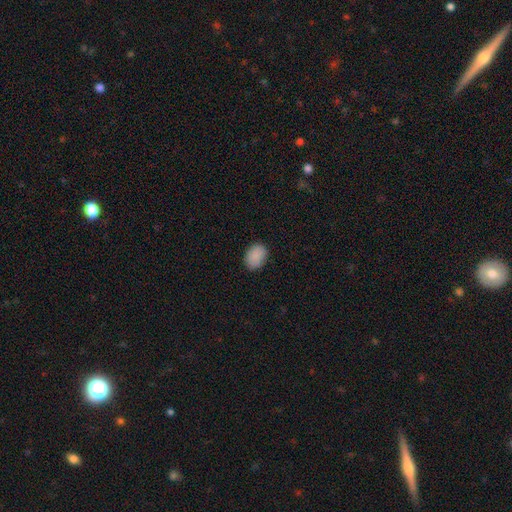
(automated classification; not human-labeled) Q: Smooth or featured?
A: smooth (89%); runner-up: star or artifact (8%)
Q: How rounded?
A: in between (74%); runner-up: round (25%)
Q: Merging?
A: none (85%); runner-up: minor disturbance (12%)